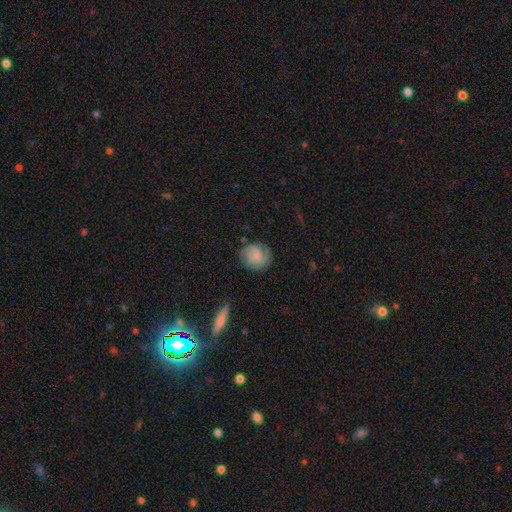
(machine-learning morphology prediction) smooth_or_featured: featured or disk (p=0.46) [alt: smooth p=0.45]
merging: none (p=0.70) [alt: minor disturbance p=0.20]